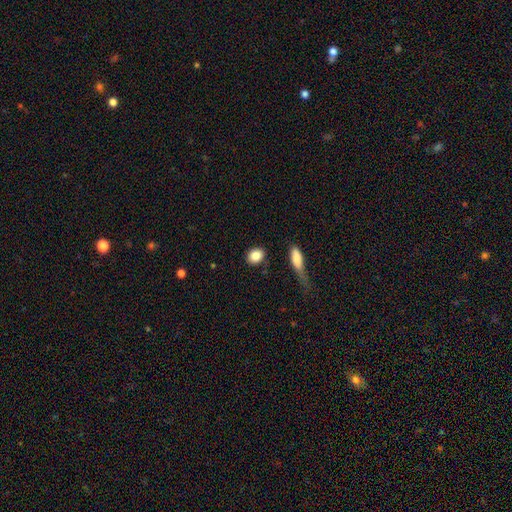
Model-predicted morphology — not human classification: A smooth galaxy with no disk features (85%) that is round (52%). Merging: none (83%).